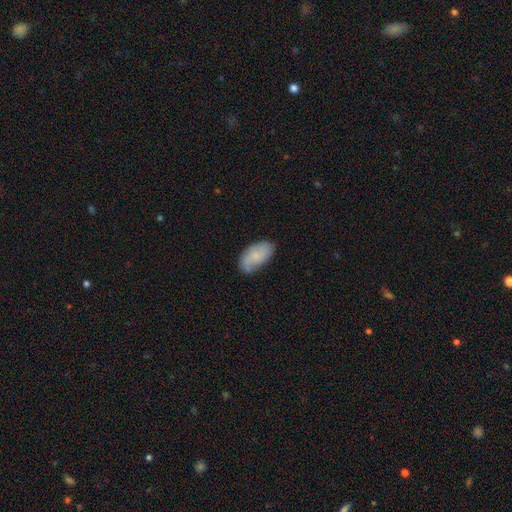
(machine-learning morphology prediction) Overall: smooth (73%). How rounded: in between (94%). Merging: none (68%).